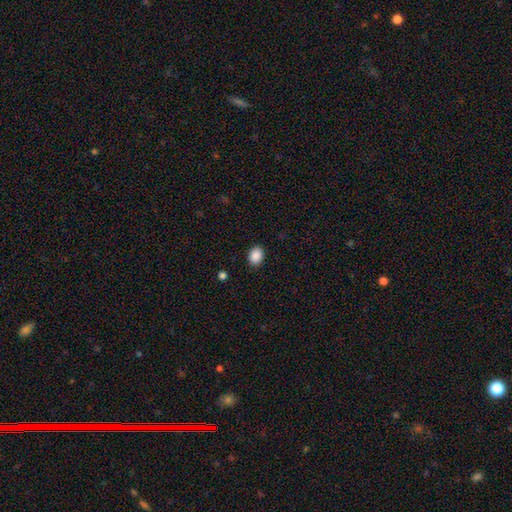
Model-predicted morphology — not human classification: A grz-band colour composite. It shows a smooth galaxy with no disk features (89%) that is in between round and cigar-shaped (64%). Merging: none (89%).